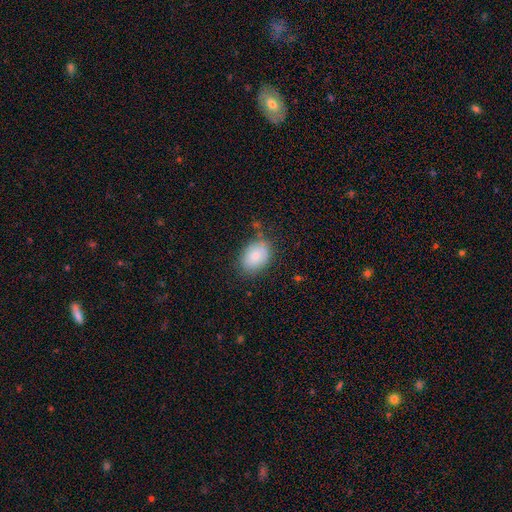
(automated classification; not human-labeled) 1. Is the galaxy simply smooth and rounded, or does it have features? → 81% smooth, 12% featured or disk, 7% star or artifact.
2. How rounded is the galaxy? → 76% in between, 23% round, 1% cigar-shaped.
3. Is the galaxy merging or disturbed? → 74% none, 19% minor disturbance, 4% major disturbance, 3% merger.